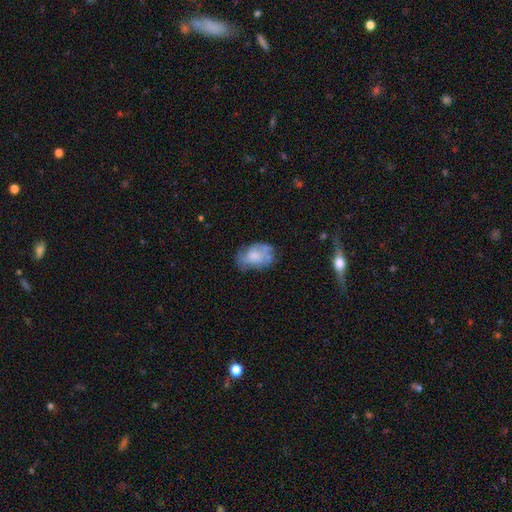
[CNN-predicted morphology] A smooth galaxy with no disk features (53%) that is in between round and cigar-shaped (84%).

Vote fractions:
- Smooth or featured? smooth: 53% / featured or disk: 39% / star or artifact: 8%
- How rounded? in between: 84% / round: 14% / cigar-shaped: 1%
- Merging? none: 48% / minor disturbance: 31% / major disturbance: 15% / merger: 6%